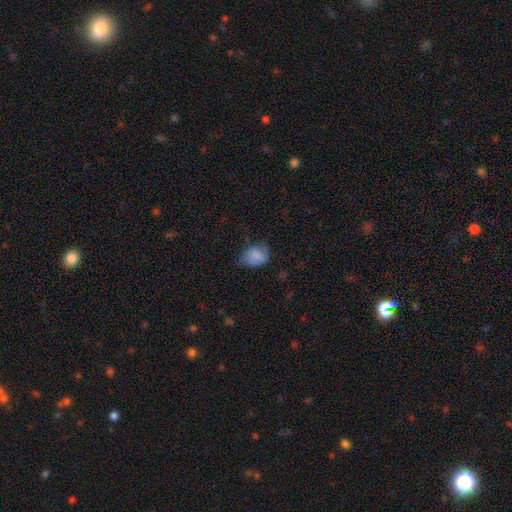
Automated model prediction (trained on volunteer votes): Morphology: type=smooth (74%); roundness=in between (63%); merging=none (43%).